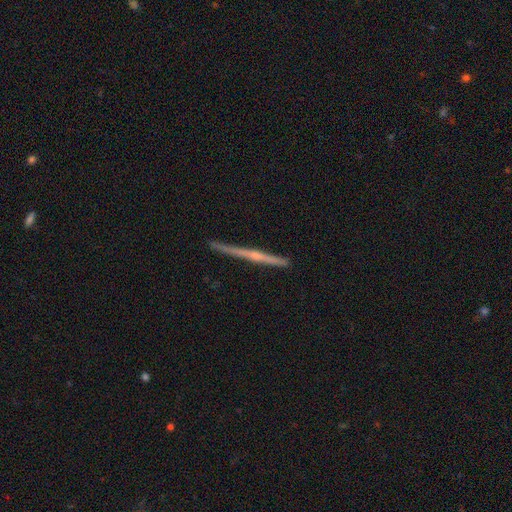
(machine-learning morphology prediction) Overall: featured or disk (77%). Edge-on disk: yes (98%). Edge-on bulge: rounded (63%; none 30%). Merging: none (90%).